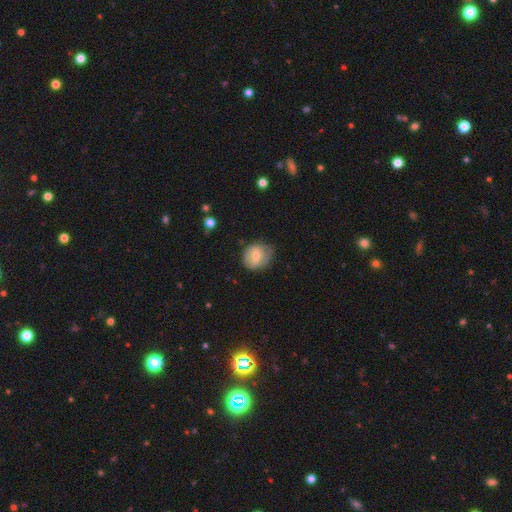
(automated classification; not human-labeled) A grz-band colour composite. It shows a smooth galaxy with no disk features (64%) that is round (67%). Merging: none (63%).